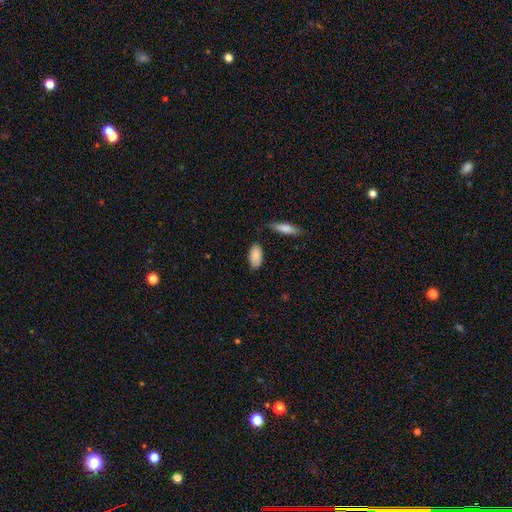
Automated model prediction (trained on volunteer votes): Smooth or featured?
  - smooth: 87% *
  - featured or disk: 6%
  - star or artifact: 6%
How rounded?
  - in between: 91% *
  - cigar-shaped: 6%
  - round: 2%
Merging?
  - none: 75% *
  - minor disturbance: 18%
  - merger: 4%
  - major disturbance: 3%